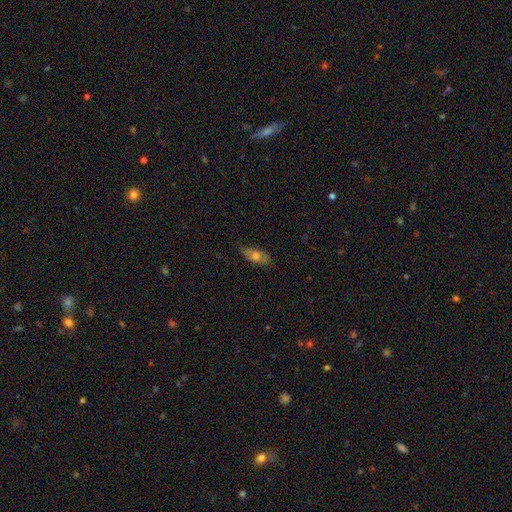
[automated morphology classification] Smooth or featured? smooth (58%)
How rounded? in between (80%)
Merging? none (72%)